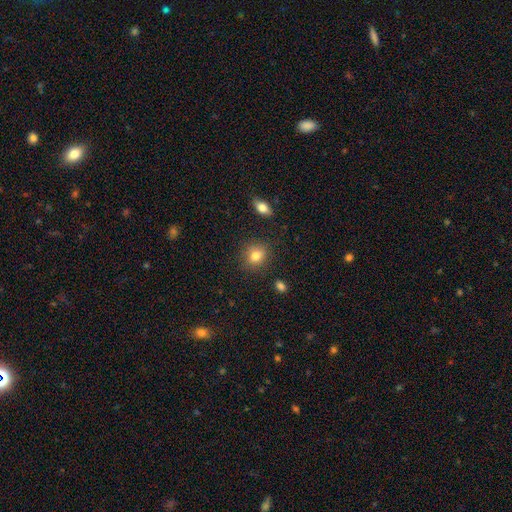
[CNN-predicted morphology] type=smooth (81%); roundness=round (65%); merging=none (83%).